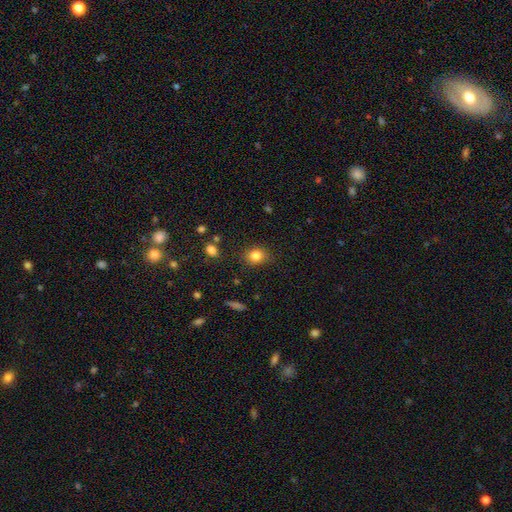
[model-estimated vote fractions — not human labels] Q: Smooth or featured?
A: smooth (83%); runner-up: star or artifact (11%)
Q: How rounded?
A: round (57%); runner-up: in between (42%)
Q: Merging?
A: none (83%); runner-up: minor disturbance (12%)